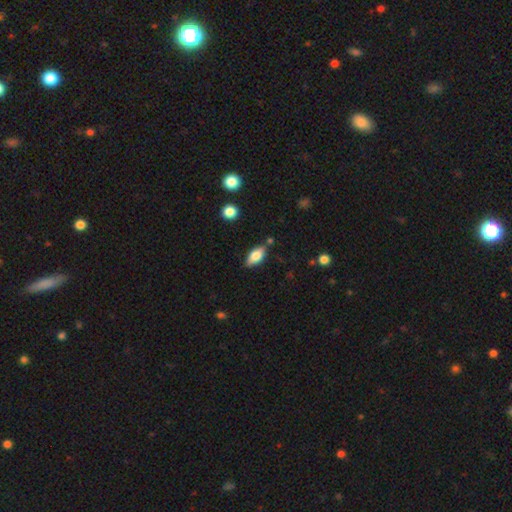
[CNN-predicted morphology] Smooth or featured?
  - smooth: 74% *
  - featured or disk: 19%
  - star or artifact: 7%
How rounded?
  - in between: 86% *
  - cigar-shaped: 11%
  - round: 3%
Merging?
  - none: 79% *
  - minor disturbance: 15%
  - merger: 4%
  - major disturbance: 3%